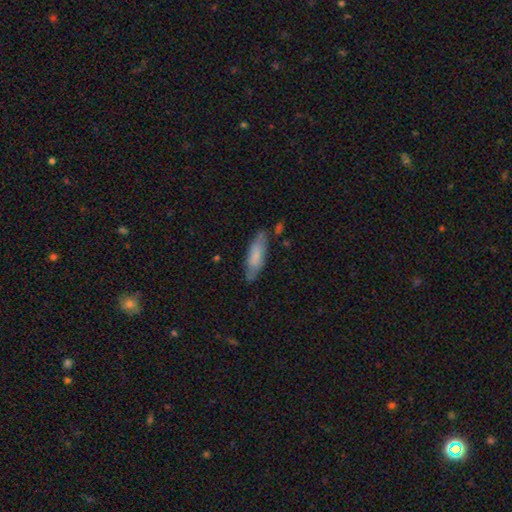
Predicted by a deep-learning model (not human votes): Overall: smooth (73%). How rounded: cigar-shaped (53%; in between 46%). Merging: none (73%).